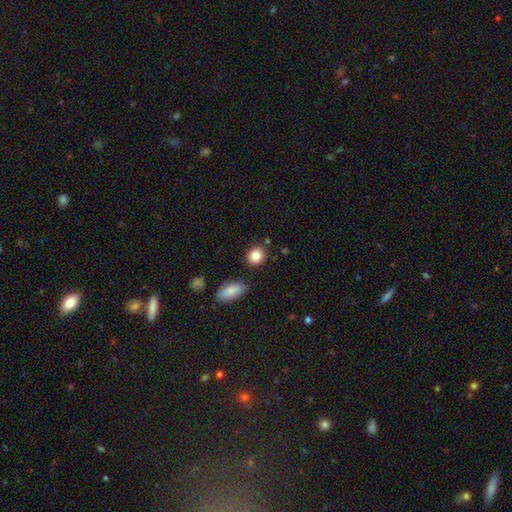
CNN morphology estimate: Smooth or featured? Predicted: smooth (p=0.85). How rounded? Predicted: round (p=0.71). Merging? Predicted: none (p=0.83).